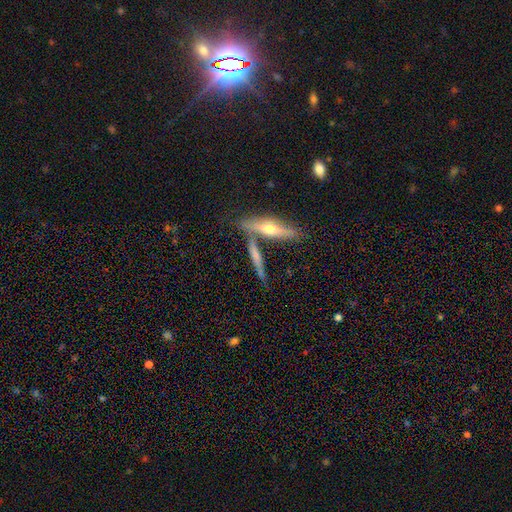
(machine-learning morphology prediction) featured or disk 49%, smooth 42%, star or artifact 8%. Down the decision tree: merging — none (58%).